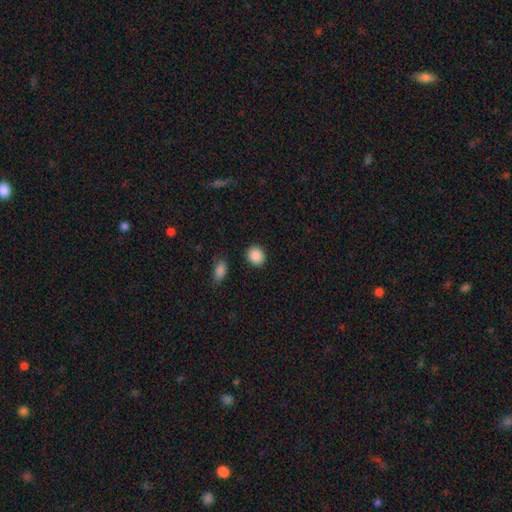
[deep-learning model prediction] A smooth galaxy with no disk features (89%) that is round (71%). Merging: none (88%).